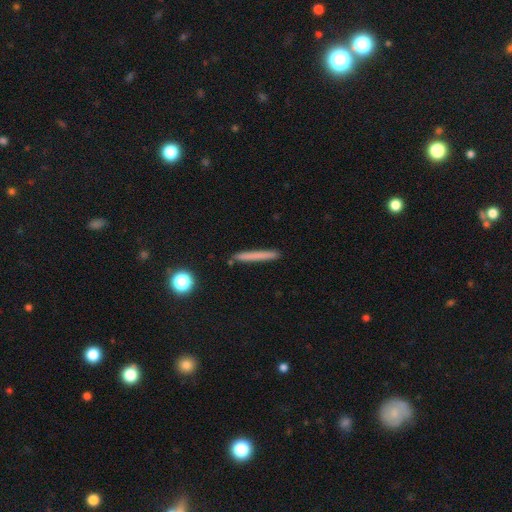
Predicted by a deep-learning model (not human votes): Smooth or featured? Predicted: smooth (p=0.69). How rounded? Predicted: cigar-shaped (p=0.96). Merging? Predicted: none (p=0.88).